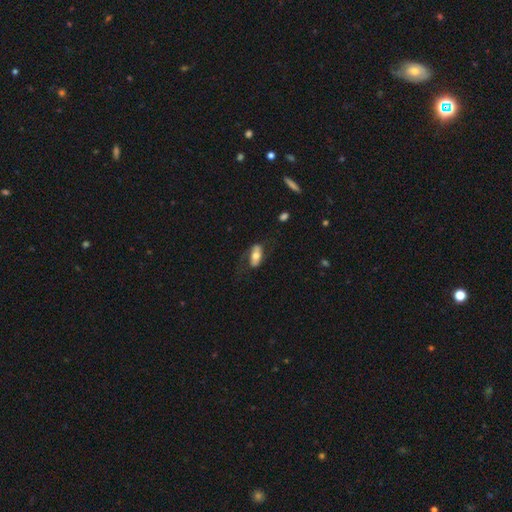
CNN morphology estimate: Smooth or featured? Predicted: smooth (p=0.57). How rounded? Predicted: in between (p=0.85). Merging? Predicted: none (p=0.58).